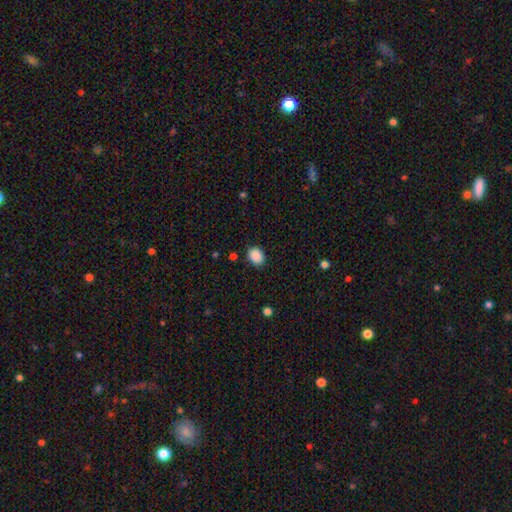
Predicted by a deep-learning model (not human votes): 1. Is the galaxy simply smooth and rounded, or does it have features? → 89% smooth, 8% star or artifact, 3% featured or disk.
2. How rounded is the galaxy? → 58% in between, 42% round, 1% cigar-shaped.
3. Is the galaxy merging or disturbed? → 86% none, 10% minor disturbance, 2% major disturbance, 1% merger.